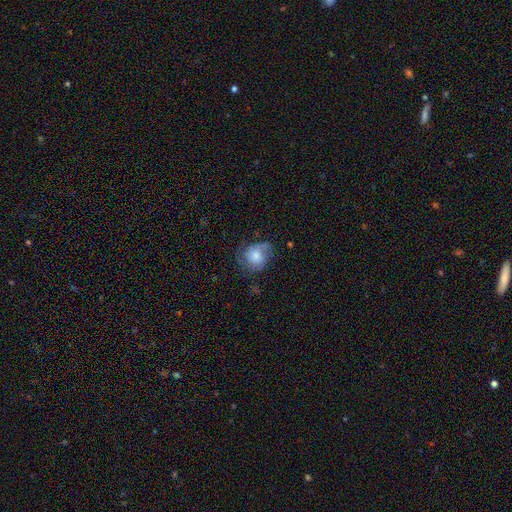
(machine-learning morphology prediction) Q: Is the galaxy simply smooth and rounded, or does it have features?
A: smooth — 47%.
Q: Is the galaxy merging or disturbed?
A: none — 54%.